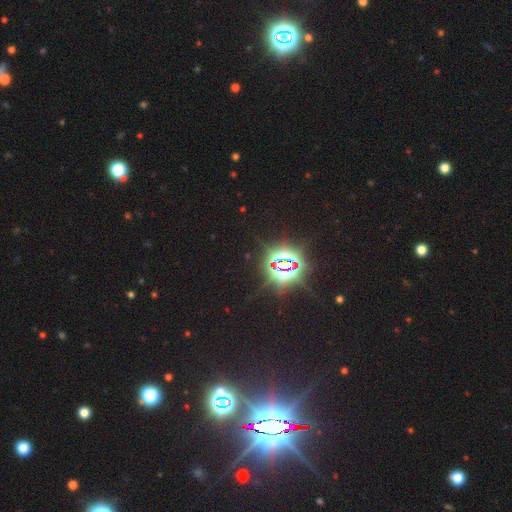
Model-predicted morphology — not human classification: Q: Smooth or featured?
A: star or artifact (84%); runner-up: smooth (9%)